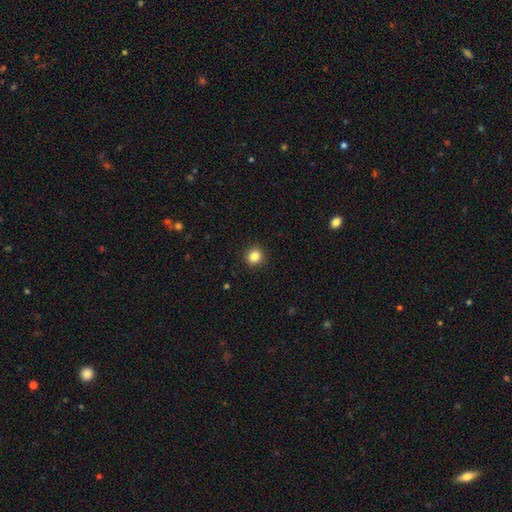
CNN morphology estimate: Smooth or featured?
  - smooth: 85% *
  - star or artifact: 11%
  - featured or disk: 4%
How rounded?
  - round: 89% *
  - in between: 10%
  - cigar-shaped: 1%
Merging?
  - none: 92% *
  - minor disturbance: 5%
  - major disturbance: 2%
  - merger: 1%